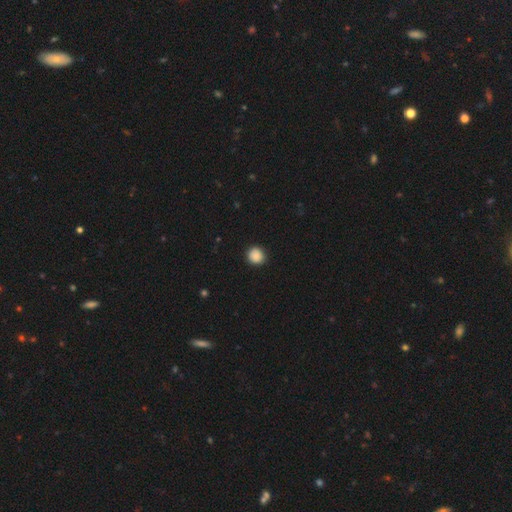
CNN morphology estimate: The model was most divided on "smooth or featured": smooth: 88%, star or artifact: 9%, featured or disk: 3%. More confident: how rounded — round (90%); merging — none (89%).